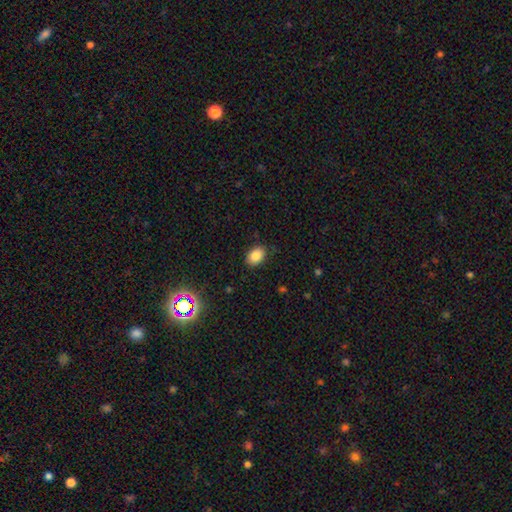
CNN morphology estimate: This appears to be a smooth galaxy with no disk features (85%) that is in between round and cigar-shaped (83%). Merging: none (85%).